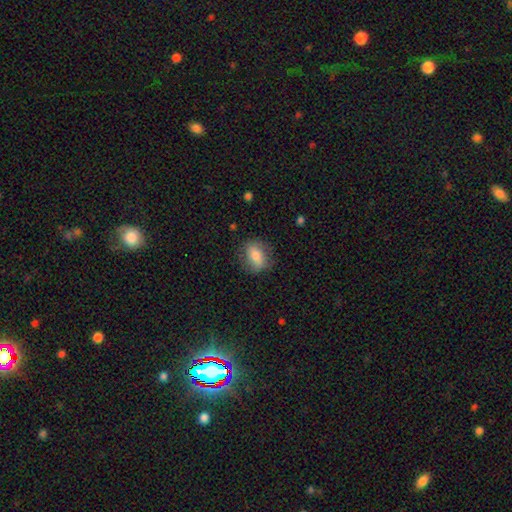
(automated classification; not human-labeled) A smooth galaxy with no disk features (70%) that is in between round and cigar-shaped (66%).

Vote fractions:
- Smooth or featured? smooth: 70% / featured or disk: 22% / star or artifact: 8%
- How rounded? in between: 66% / round: 30% / cigar-shaped: 4%
- Merging? none: 79% / minor disturbance: 15% / major disturbance: 5% / merger: 1%